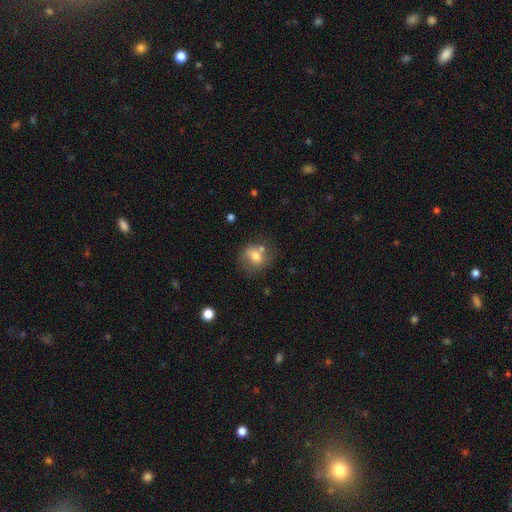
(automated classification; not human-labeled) A smooth galaxy with no disk features (67%) that is round (72%). Merging: none (56%).